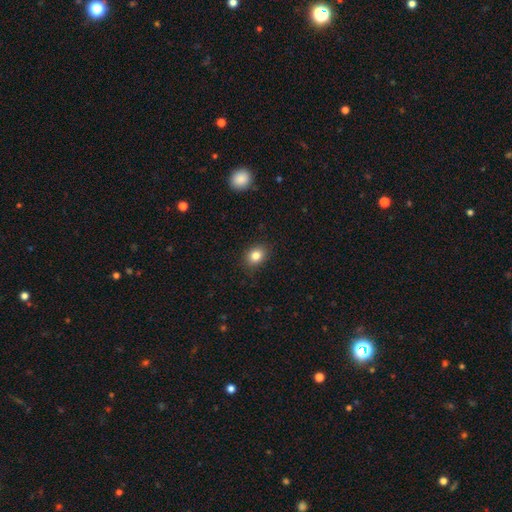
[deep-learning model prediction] Smooth or featured?
  - smooth: 83% *
  - star or artifact: 10%
  - featured or disk: 7%
How rounded?
  - in between: 50% *
  - round: 49%
  - cigar-shaped: 1%
Merging?
  - none: 87% *
  - minor disturbance: 10%
  - major disturbance: 2%
  - merger: 1%